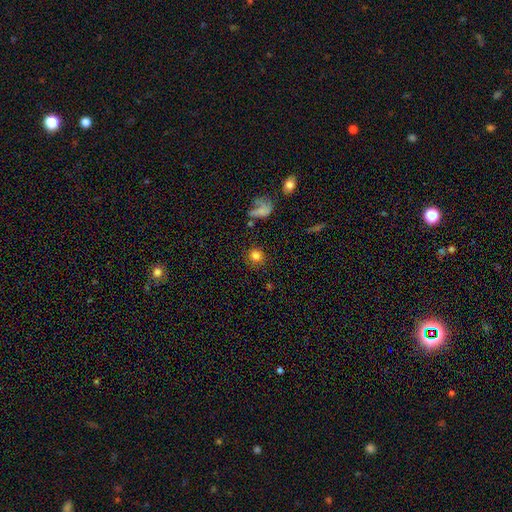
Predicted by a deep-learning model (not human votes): This is clearly a smooth galaxy (80%). How rounded: clearly round (91%). Merging: clearly none (83%).